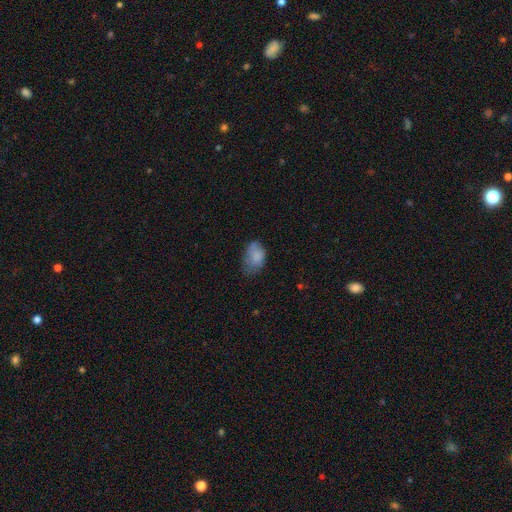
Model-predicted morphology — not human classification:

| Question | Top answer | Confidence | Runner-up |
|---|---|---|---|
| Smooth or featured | smooth | 79% | featured or disk (13%) |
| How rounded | in between | 86% | round (13%) |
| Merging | none | 46% | minor disturbance (36%) |